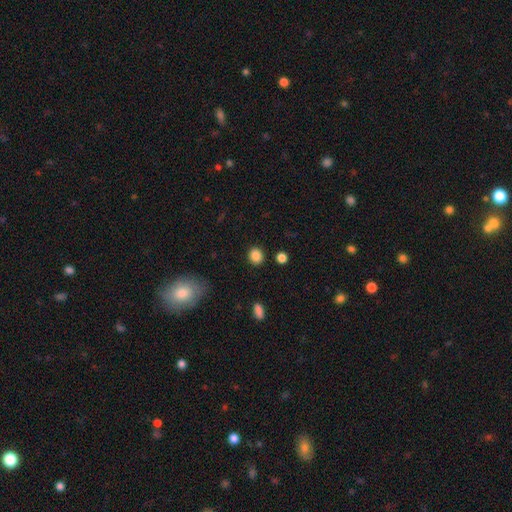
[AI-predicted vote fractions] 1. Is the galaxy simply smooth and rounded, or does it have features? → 86% smooth, 10% star or artifact, 4% featured or disk.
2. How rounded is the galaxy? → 77% round, 22% in between, 1% cigar-shaped.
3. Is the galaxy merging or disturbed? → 88% none, 7% minor disturbance, 3% major disturbance, 2% merger.